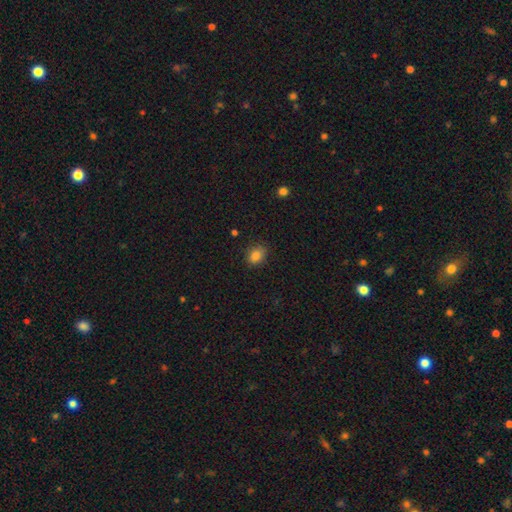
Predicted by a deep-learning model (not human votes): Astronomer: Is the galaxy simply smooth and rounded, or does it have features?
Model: smooth — 84%.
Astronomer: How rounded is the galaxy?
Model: in between — 60% (runner-up: round, 39%).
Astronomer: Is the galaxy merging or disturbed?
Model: none — 85%.